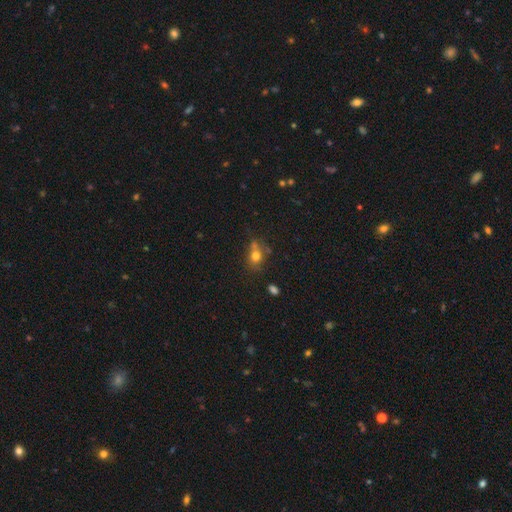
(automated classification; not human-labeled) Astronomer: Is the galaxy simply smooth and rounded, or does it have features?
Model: smooth — 72%.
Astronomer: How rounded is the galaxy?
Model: in between — 50% (runner-up: round, 47%).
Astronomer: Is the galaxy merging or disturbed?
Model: none — 50%.